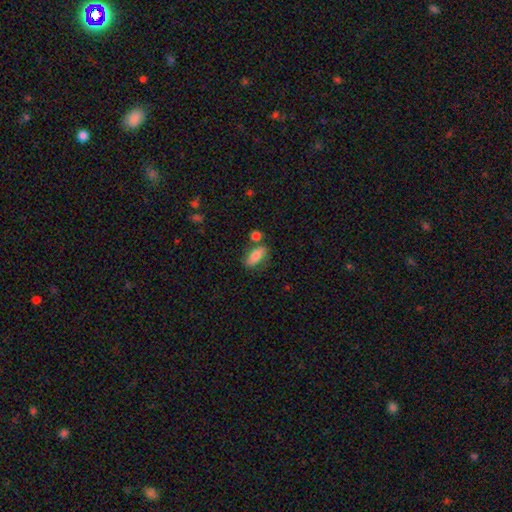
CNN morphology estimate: type=smooth (77%); roundness=in between (80%); merging=none (62%).